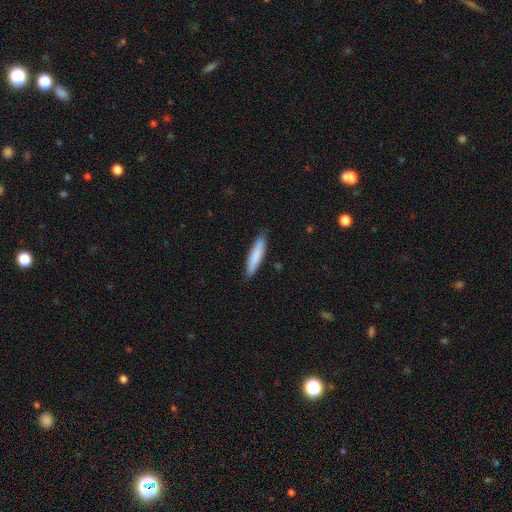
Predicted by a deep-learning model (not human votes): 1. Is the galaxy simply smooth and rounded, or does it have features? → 81% smooth, 13% featured or disk, 5% star or artifact.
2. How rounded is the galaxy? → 83% cigar-shaped, 15% in between, 1% round.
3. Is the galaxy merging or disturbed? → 86% none, 11% minor disturbance, 2% major disturbance, 1% merger.